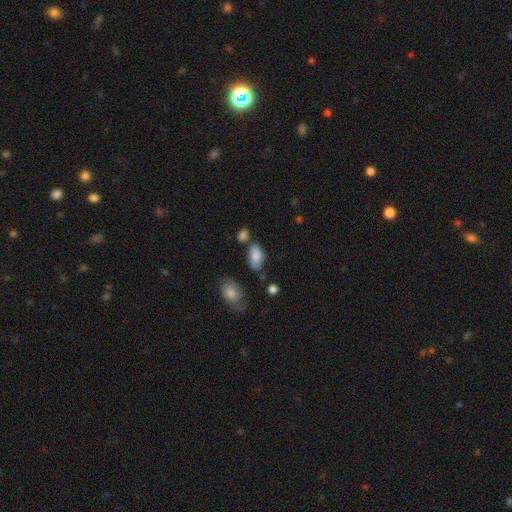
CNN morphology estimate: This is likely a smooth galaxy (80%). How rounded: clearly in between (92%). Merging: possibly none (52%).